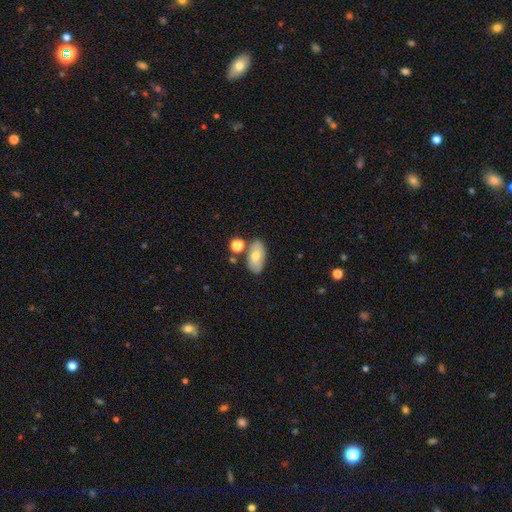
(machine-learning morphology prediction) type=smooth (64%); roundness=in between (91%); merging=none (67%).